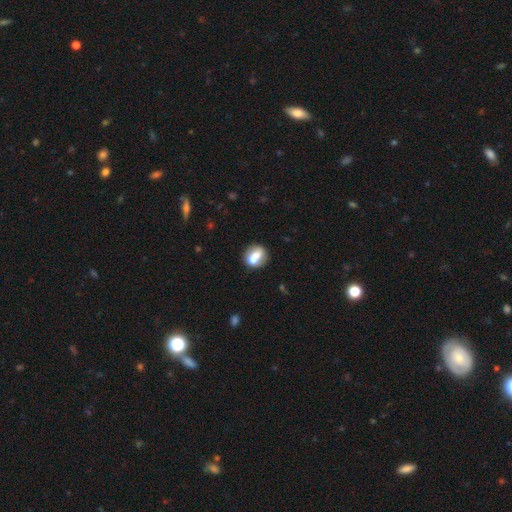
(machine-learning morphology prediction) smooth 66%, featured or disk 26%, star or artifact 8%. Down the decision tree: how rounded — round (62%); merging — none (45%).